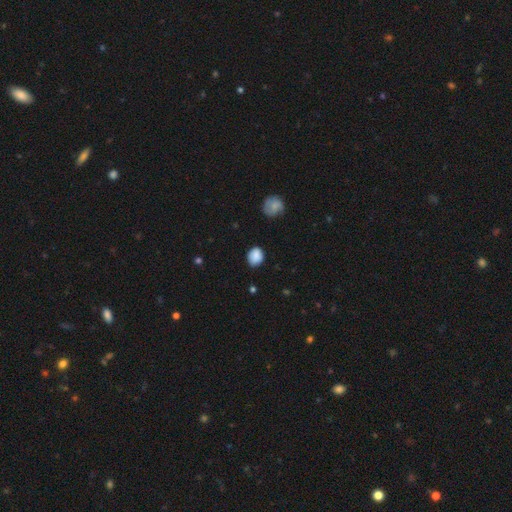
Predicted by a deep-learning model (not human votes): Smooth or featured?
  - smooth: 86% *
  - star or artifact: 8%
  - featured or disk: 6%
How rounded?
  - round: 54% *
  - in between: 45%
  - cigar-shaped: 1%
Merging?
  - none: 76% *
  - minor disturbance: 19%
  - major disturbance: 3%
  - merger: 1%